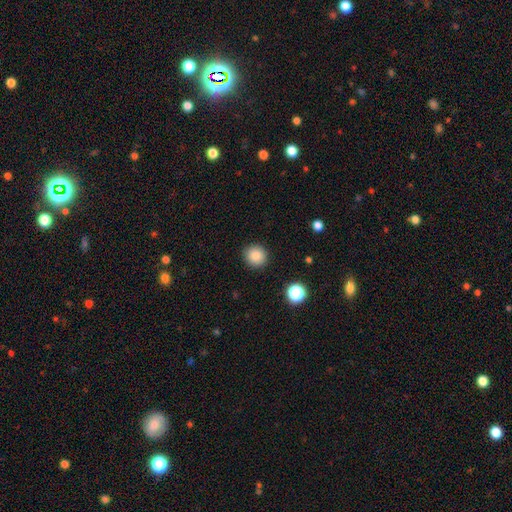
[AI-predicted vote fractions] Morphology: type=smooth (86%); roundness=round (93%); merging=none (90%).